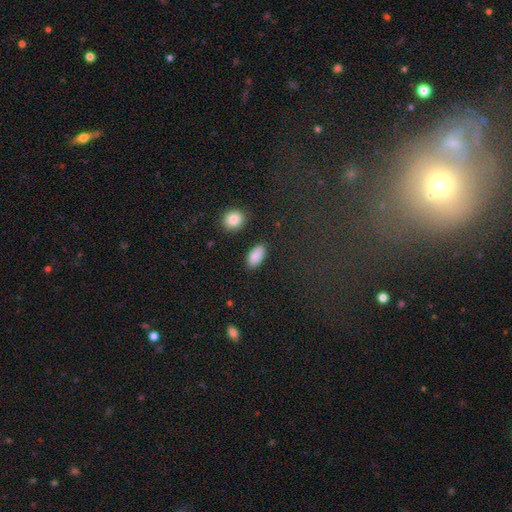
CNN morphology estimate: Smooth or featured: smooth — 88% (star or artifact — 7%)
How rounded: in between — 92% (cigar-shaped — 4%)
Merging: none — 85% (minor disturbance — 10%)